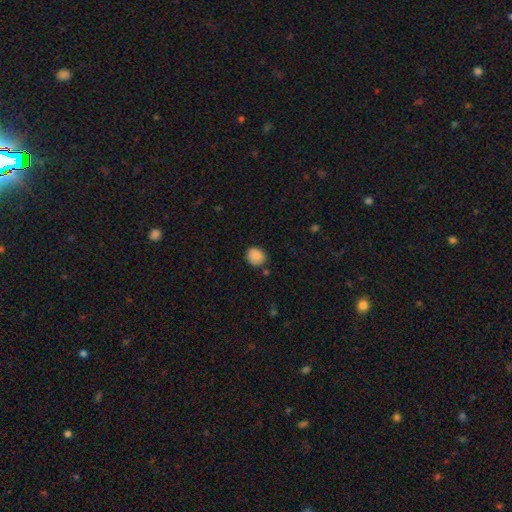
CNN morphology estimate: type=smooth (87%); roundness=round (77%); merging=none (77%).